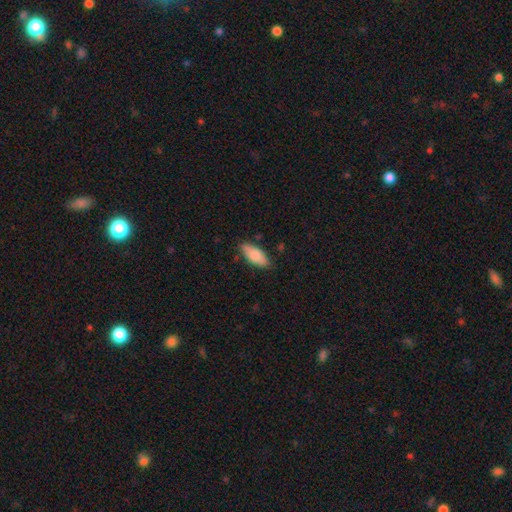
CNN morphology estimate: smooth 84%, featured or disk 10%, star or artifact 6%. Down the decision tree: how rounded — in between (84%); merging — none (78%).